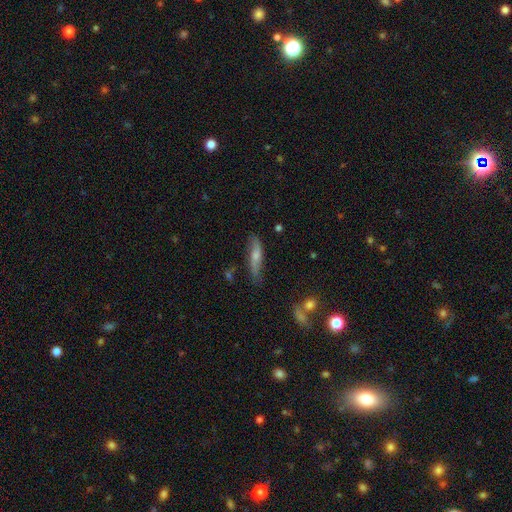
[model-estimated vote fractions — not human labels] smooth_or_featured: featured or disk (p=0.49) [alt: smooth p=0.42]
merging: none (p=0.73) [alt: minor disturbance p=0.19]